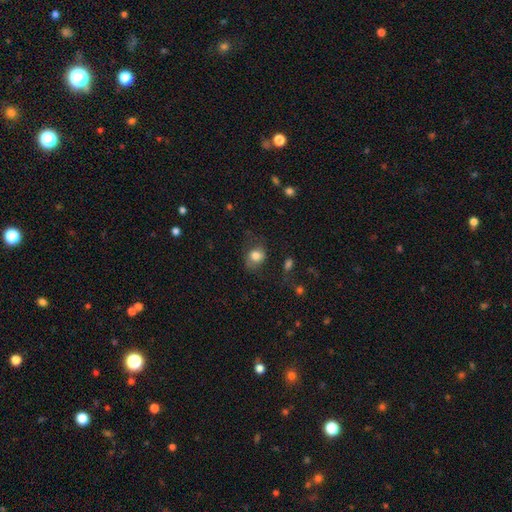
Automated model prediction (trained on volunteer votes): smooth-or-featured: smooth: 79% | featured or disk: 12% | star or artifact: 9%
  how-rounded: round: 56% | in between: 43% | cigar-shaped: 1%
  merging: none: 61% | minor disturbance: 23% | major disturbance: 13% | merger: 2%